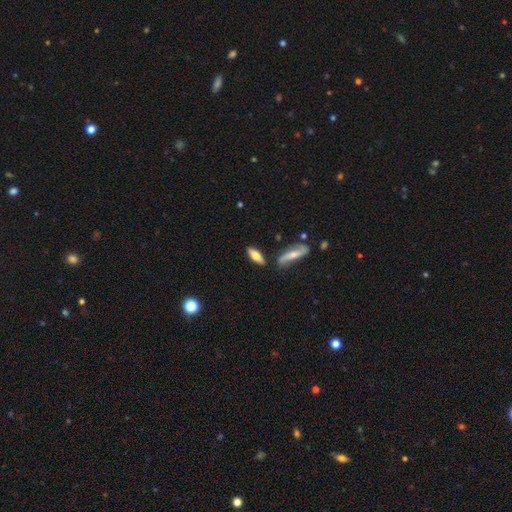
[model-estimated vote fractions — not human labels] smooth_or_featured: smooth (p=0.57) [alt: featured or disk p=0.37]
how_rounded: in between (p=0.49) [alt: cigar-shaped p=0.48]
merging: none (p=0.79) [alt: minor disturbance p=0.12]